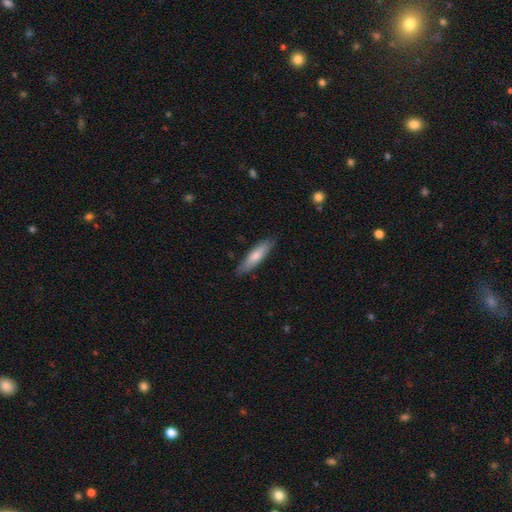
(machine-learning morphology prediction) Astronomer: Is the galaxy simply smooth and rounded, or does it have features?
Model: smooth — 72%.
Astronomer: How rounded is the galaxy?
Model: cigar-shaped — 71%.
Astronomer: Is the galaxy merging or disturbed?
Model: none — 84%.